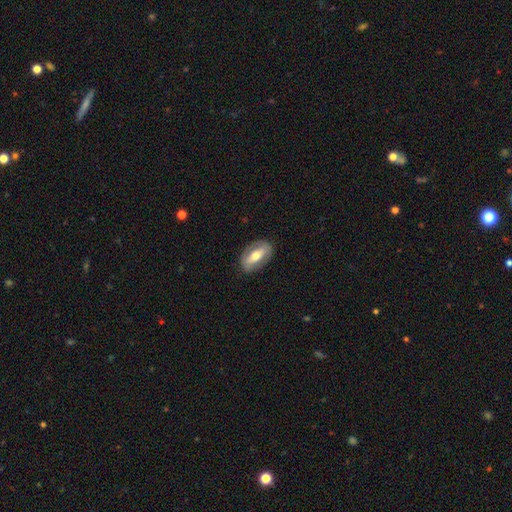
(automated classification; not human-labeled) A featured or disk galaxy (53%).

Vote fractions:
- Smooth or featured? featured or disk: 53% / smooth: 41% / star or artifact: 6%
- Edge-on disk? no: 79% / yes: 21%
- Merging? none: 83% / minor disturbance: 12% / major disturbance: 4% / merger: 1%